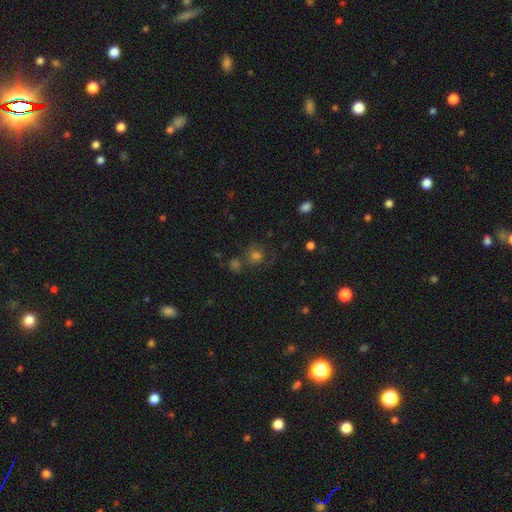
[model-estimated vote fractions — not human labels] This appears to be a smooth galaxy with no disk features (59%) that is round (84%). Merging: none (61%).